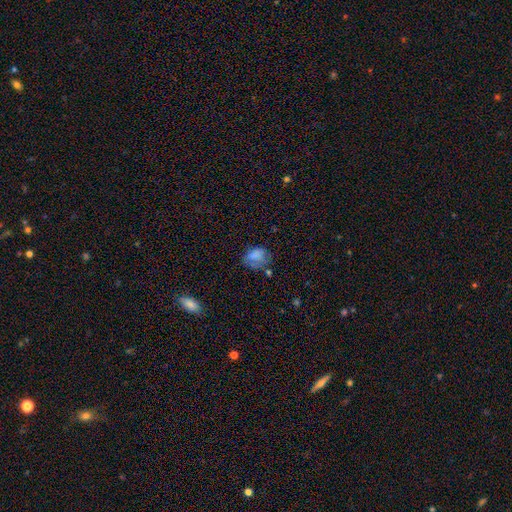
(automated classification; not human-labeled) smooth 75%, featured or disk 13%, star or artifact 12%. Down the decision tree: how rounded — in between (64%); merging — none (47%).